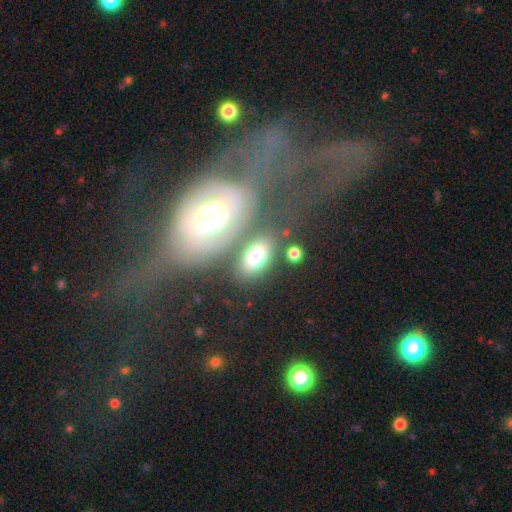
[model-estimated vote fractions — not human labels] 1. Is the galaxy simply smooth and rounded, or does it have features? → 74% smooth, 17% featured or disk, 9% star or artifact.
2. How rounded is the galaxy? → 86% in between, 11% round, 3% cigar-shaped.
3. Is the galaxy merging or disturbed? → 66% none, 15% merger, 14% minor disturbance, 6% major disturbance.